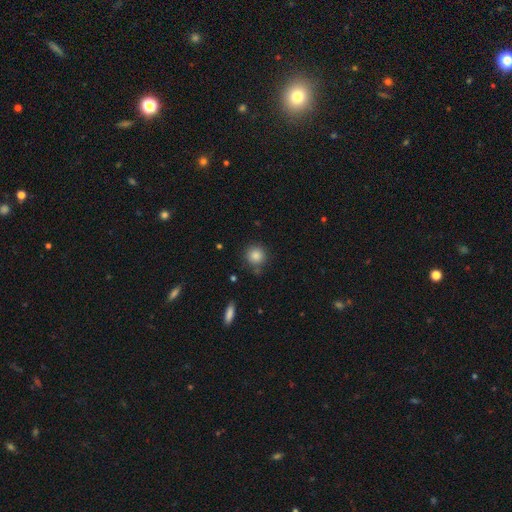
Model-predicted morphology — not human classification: smooth-or-featured: smooth: 85% | star or artifact: 10% | featured or disk: 5%
  how-rounded: round: 92% | in between: 7% | cigar-shaped: 1%
  merging: none: 81% | minor disturbance: 11% | merger: 4% | major disturbance: 3%